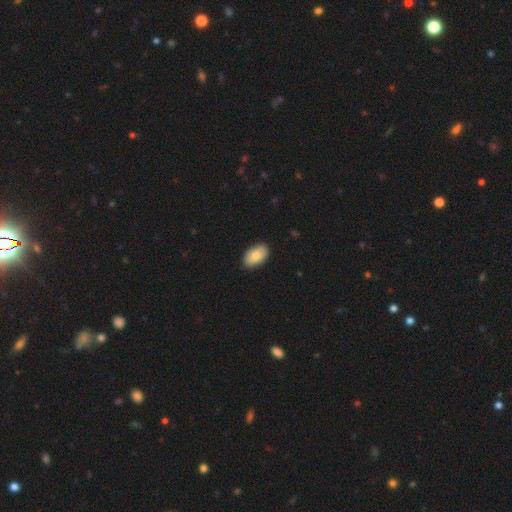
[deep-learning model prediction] This is clearly a smooth galaxy (83%). How rounded: clearly in between (95%). Merging: clearly none (88%).